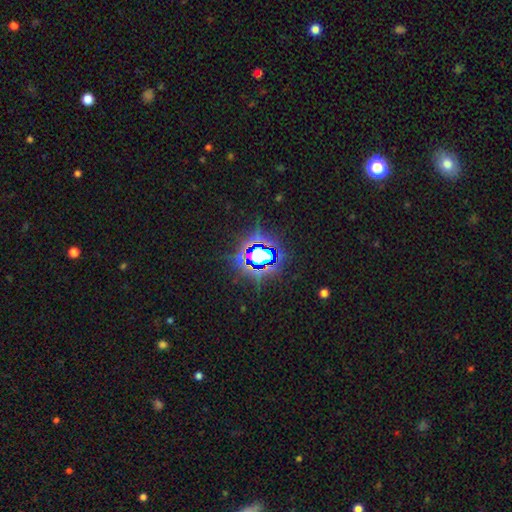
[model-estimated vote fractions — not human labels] Smooth or featured?
  - star or artifact: 79% *
  - featured or disk: 11%
  - smooth: 11%